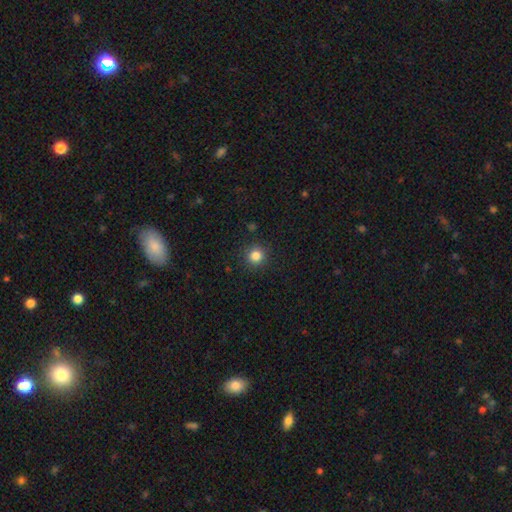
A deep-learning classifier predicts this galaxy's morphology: smooth_or_featured: smooth (p=0.83) [alt: star or artifact p=0.12]
how_rounded: round (p=0.93) [alt: in between p=0.06]
merging: none (p=0.91) [alt: minor disturbance p=0.06]